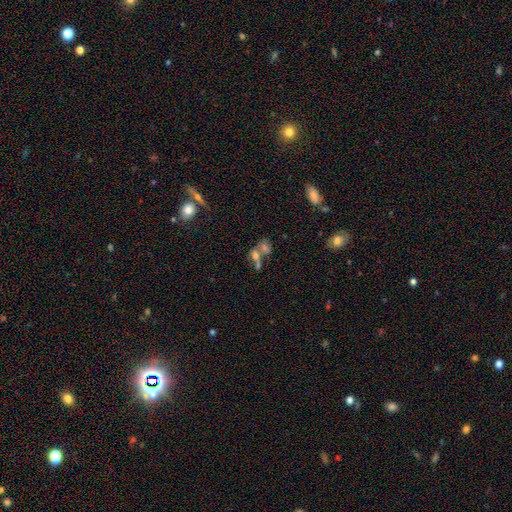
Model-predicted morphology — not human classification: Overall: smooth (46%; featured or disk 28%). Merging: merger (54%; none 30%).